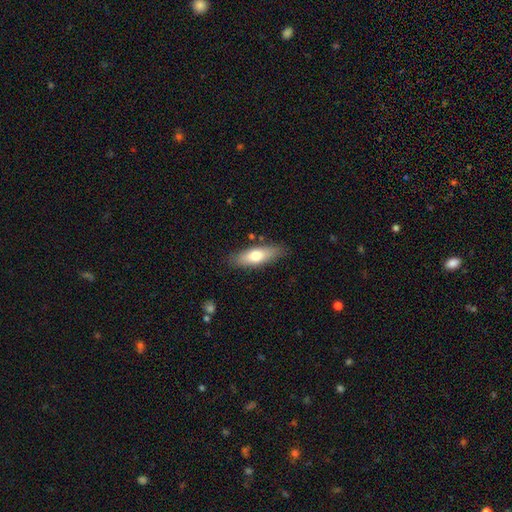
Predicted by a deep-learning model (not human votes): Smooth or featured: smooth — 69% (featured or disk — 25%)
How rounded: in between — 59% (cigar-shaped — 39%)
Merging: none — 83% (minor disturbance — 12%)